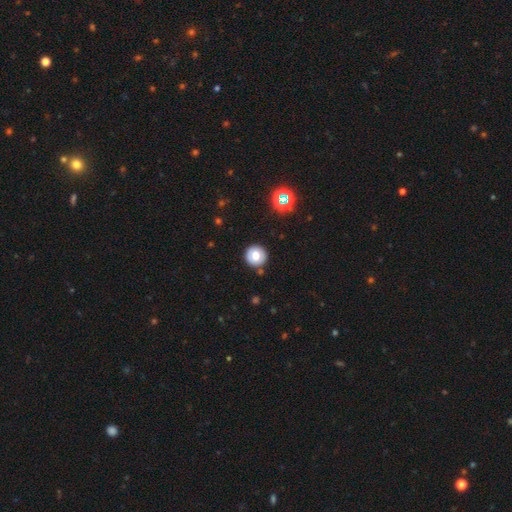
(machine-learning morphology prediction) smooth_or_featured: smooth (p=0.69) [alt: featured or disk p=0.19]
how_rounded: round (p=0.95) [alt: in between p=0.04]
merging: none (p=0.89) [alt: minor disturbance p=0.07]